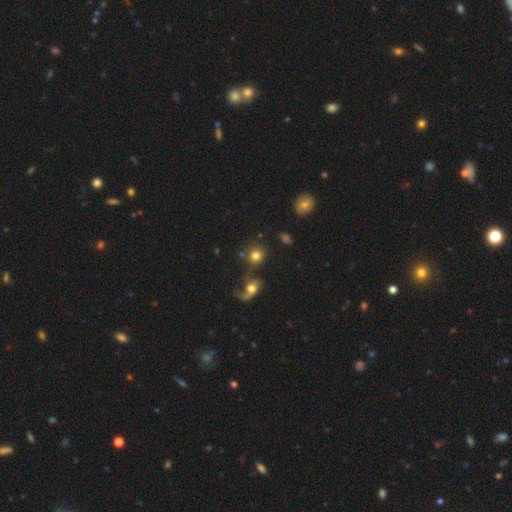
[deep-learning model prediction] smooth-or-featured: smooth: 75% | featured or disk: 14% | star or artifact: 12%
  how-rounded: round: 88% | in between: 11% | cigar-shaped: 1%
  merging: none: 58% | merger: 22% | minor disturbance: 11% | major disturbance: 8%